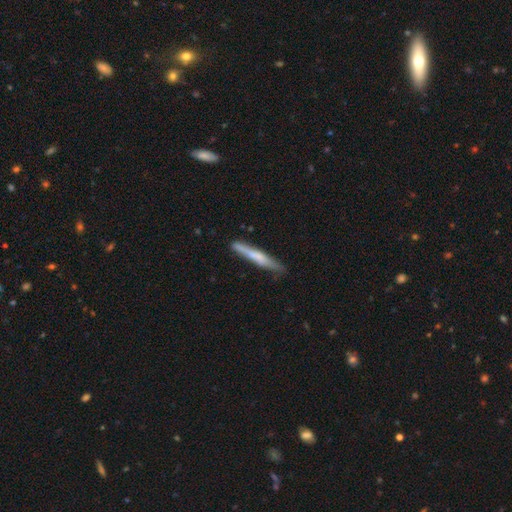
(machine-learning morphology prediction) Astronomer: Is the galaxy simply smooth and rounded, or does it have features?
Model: smooth — 56% (runner-up: featured or disk, 38%).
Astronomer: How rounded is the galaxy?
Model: cigar-shaped — 95%.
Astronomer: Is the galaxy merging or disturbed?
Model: none — 79%.